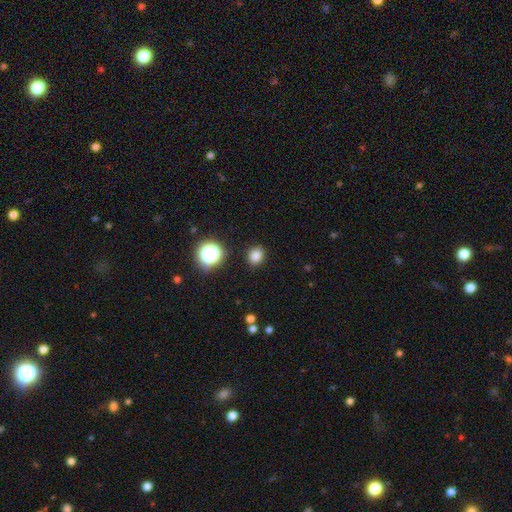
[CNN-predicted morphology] Smooth or featured: smooth — 81% (star or artifact — 15%)
How rounded: round — 67% (in between — 32%)
Merging: none — 88% (minor disturbance — 8%)